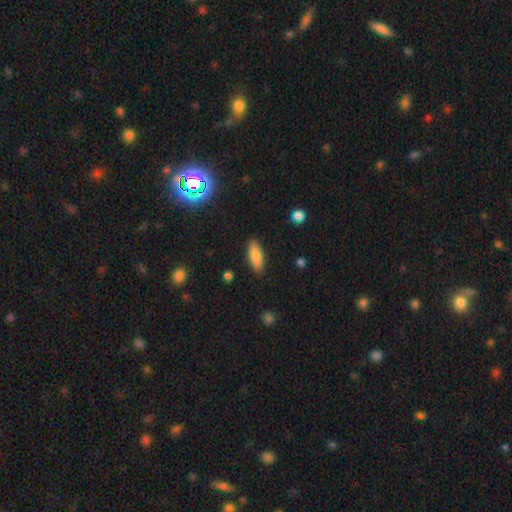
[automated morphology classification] This appears to be a smooth galaxy with no disk features (82%) that is in between round and cigar-shaped (68%). Merging: none (88%).